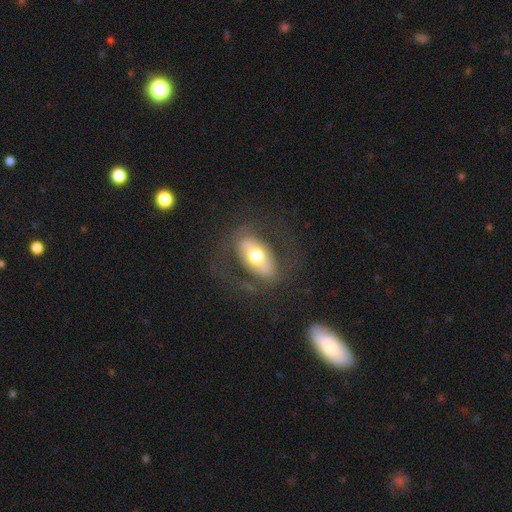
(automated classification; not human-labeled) A smooth galaxy with no disk features (49%). Merging: none (73%).